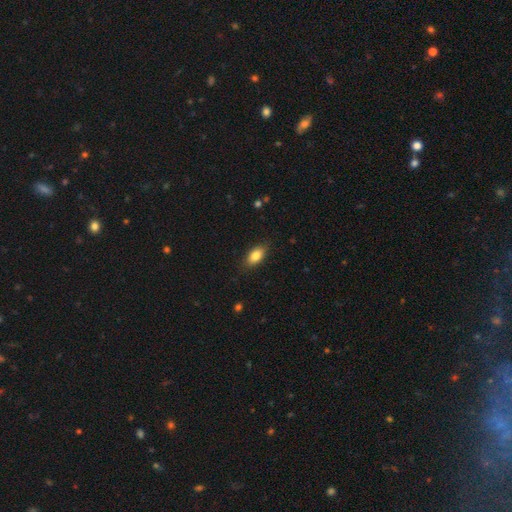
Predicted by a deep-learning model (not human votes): A smooth galaxy with no disk features (83%) that is in between round and cigar-shaped (88%). Merging: none (83%).